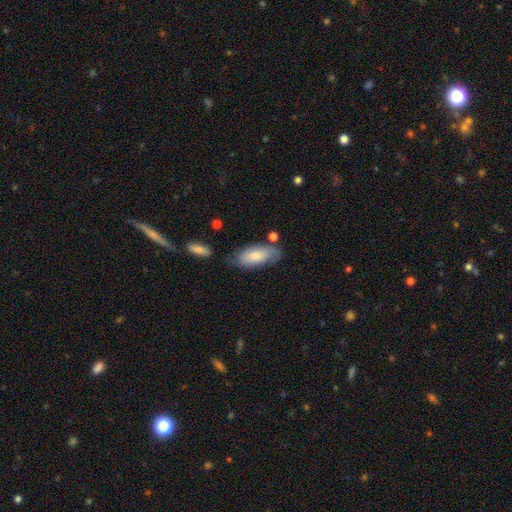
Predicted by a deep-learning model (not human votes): A smooth galaxy with no disk features (75%) that is in between round and cigar-shaped (81%). Merging: none (64%).